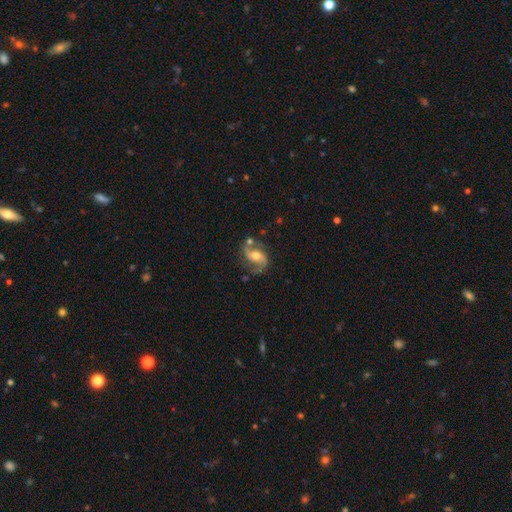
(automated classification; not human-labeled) This is clearly a featured or disk galaxy (85%). It is clearly not viewed edge-on (97%). Bar: marginally no (42%). Spiral arm pattern: clearly yes (96%). Spiral arm count: clearly 2 (91%). Spiral winding: possibly medium (47%). Central bulge: likely moderate (68%). Merging: likely none (69%).